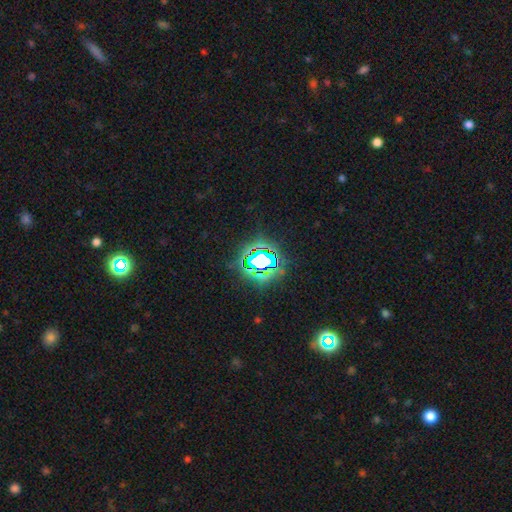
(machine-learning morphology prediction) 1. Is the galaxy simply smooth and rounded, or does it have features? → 73% star or artifact, 15% smooth, 12% featured or disk.